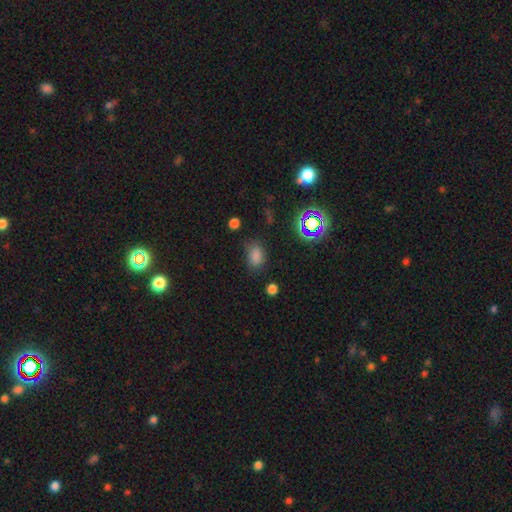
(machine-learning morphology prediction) smooth-or-featured: smooth: 76% | star or artifact: 18% | featured or disk: 6%
  how-rounded: in between: 79% | round: 19% | cigar-shaped: 2%
  merging: none: 70% | minor disturbance: 21% | major disturbance: 7% | merger: 3%